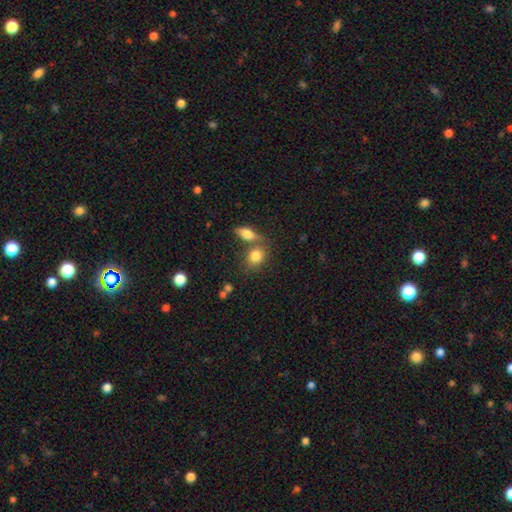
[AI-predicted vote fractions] Morphology: type=smooth (82%); roundness=in between (54%); merging=none (52%).